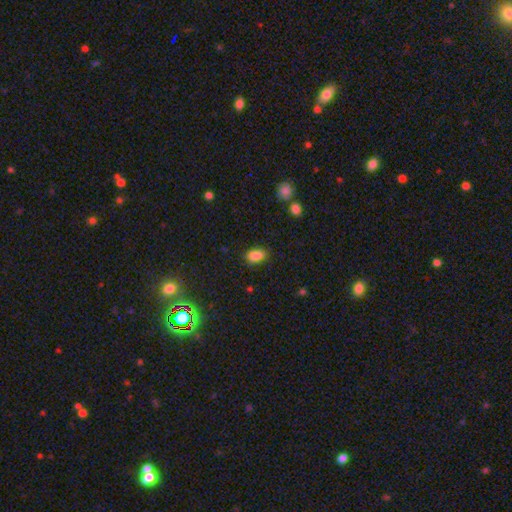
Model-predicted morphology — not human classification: Q: Smooth or featured?
A: smooth (85%); runner-up: star or artifact (10%)
Q: How rounded?
A: in between (85%); runner-up: round (12%)
Q: Merging?
A: none (73%); runner-up: minor disturbance (20%)